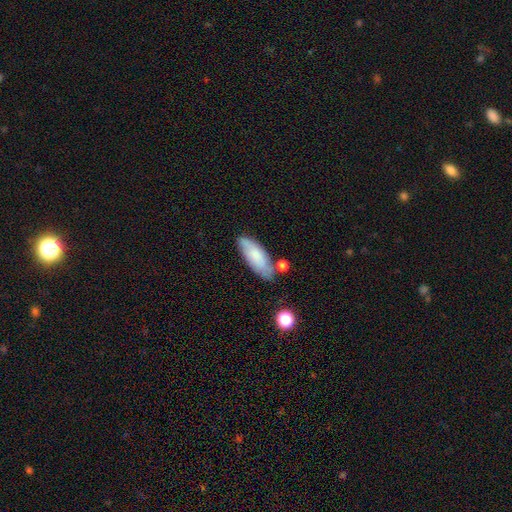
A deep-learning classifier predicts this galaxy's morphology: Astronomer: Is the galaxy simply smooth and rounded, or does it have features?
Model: smooth — 73%.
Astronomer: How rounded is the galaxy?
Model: in between — 71%.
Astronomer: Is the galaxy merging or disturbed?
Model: none — 68%.